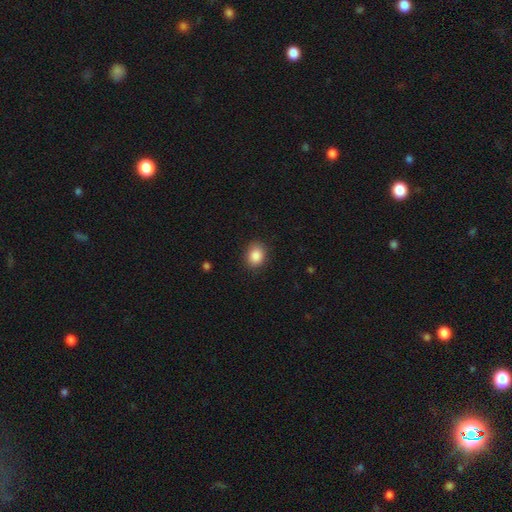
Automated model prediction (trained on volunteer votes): Morphology: type=smooth (88%); roundness=in between (50%); merging=none (85%).